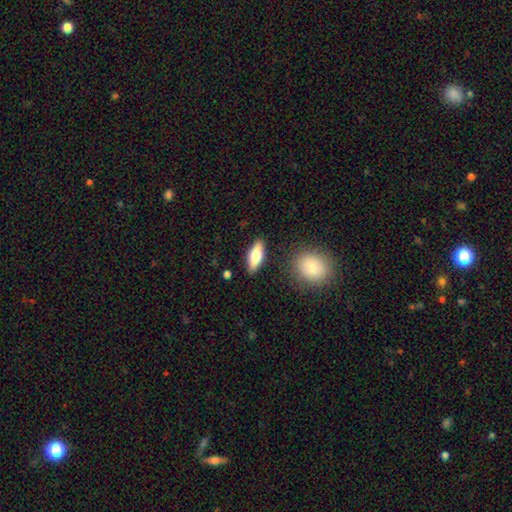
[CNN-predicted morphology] Smooth or featured: smooth — 64% (featured or disk — 30%)
How rounded: in between — 66% (cigar-shaped — 31%)
Merging: none — 86% (minor disturbance — 9%)